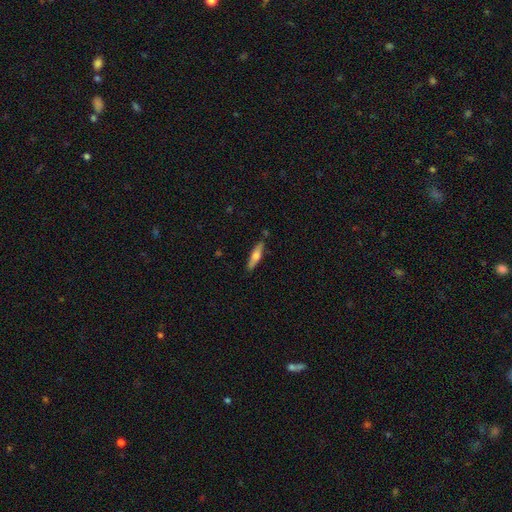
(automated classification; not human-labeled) The model was most divided on "smooth or featured": smooth: 55%, featured or disk: 39%, star or artifact: 6%. More confident: merging — none (83%); how rounded — cigar-shaped (75%).